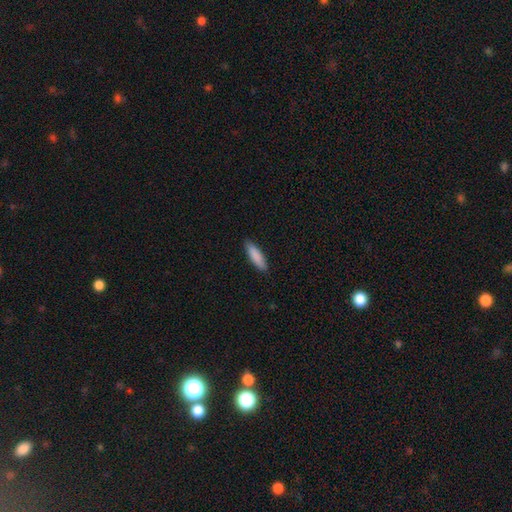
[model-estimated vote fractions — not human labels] smooth_or_featured: smooth (p=0.88) [alt: featured or disk p=0.07]
how_rounded: cigar-shaped (p=0.62) [alt: in between p=0.36]
merging: none (p=0.88) [alt: minor disturbance p=0.09]